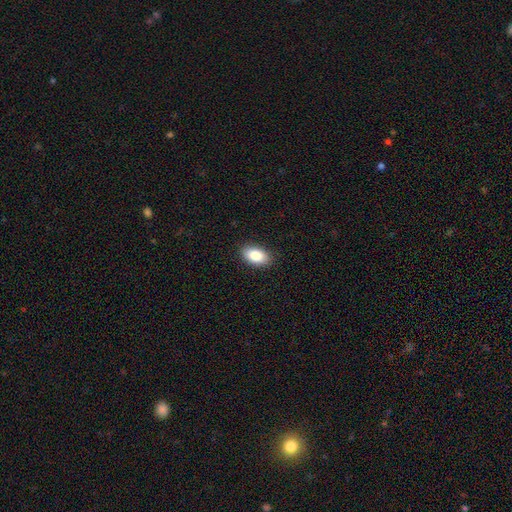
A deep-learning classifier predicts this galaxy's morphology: A smooth galaxy with no disk features (87%) that is in between round and cigar-shaped (93%).

Vote fractions:
- Smooth or featured? smooth: 87% / star or artifact: 7% / featured or disk: 6%
- How rounded? in between: 93% / round: 5% / cigar-shaped: 2%
- Merging? none: 88% / minor disturbance: 9% / major disturbance: 2% / merger: 1%